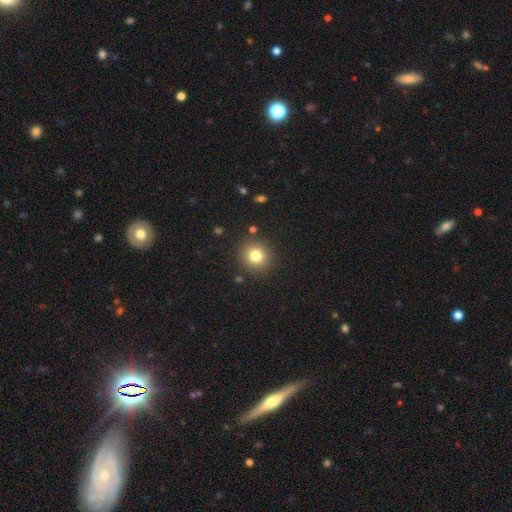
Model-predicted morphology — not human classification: type=smooth (79%); roundness=round (90%); merging=none (88%).